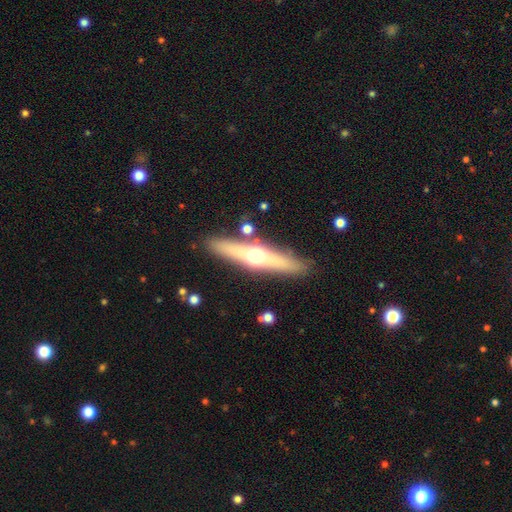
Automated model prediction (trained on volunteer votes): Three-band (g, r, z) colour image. It shows a featured or disk galaxy (58%) viewed edge-on (92%) with a rounded central bulge (93%). Merging: none (86%).